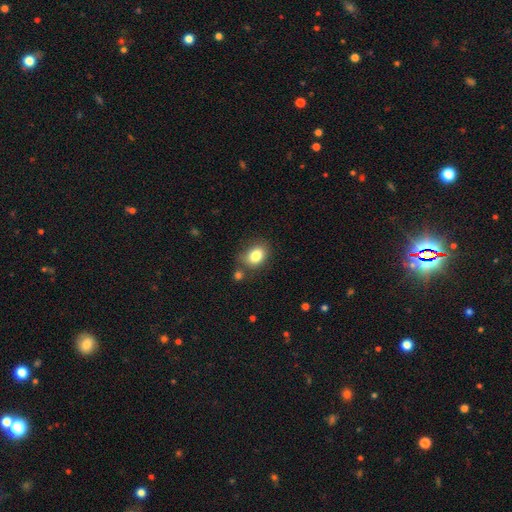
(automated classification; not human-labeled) Q: Smooth or featured?
A: smooth (82%); runner-up: star or artifact (10%)
Q: How rounded?
A: in between (62%); runner-up: round (37%)
Q: Merging?
A: none (70%); runner-up: minor disturbance (16%)